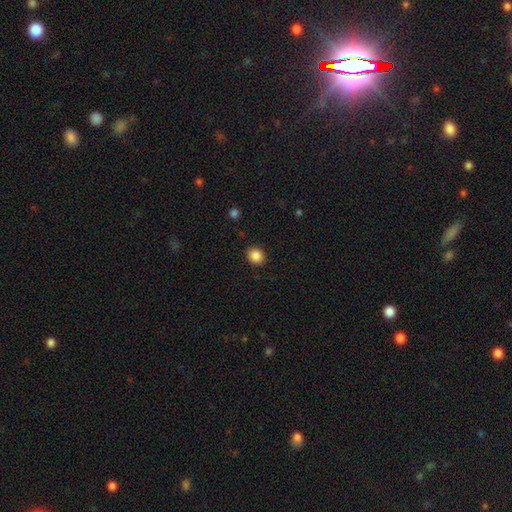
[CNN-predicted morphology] This is clearly a smooth galaxy (87%). How rounded: likely round (69%). Merging: clearly none (91%).